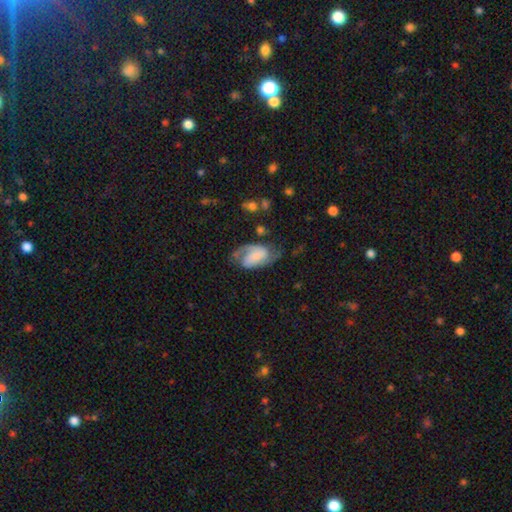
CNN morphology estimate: type=featured or disk (74%); edge-on=no (97%); bar=no (45%); spiral arms=yes (93%); winding=medium (47%); arm count=2 (83%); bulge=none (37%); merging=none (53%).